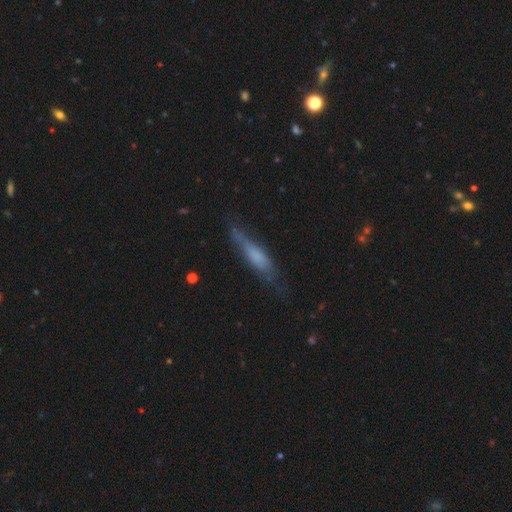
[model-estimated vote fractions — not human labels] This appears to be a smooth galaxy with no disk features (50%). Merging: none (56%).